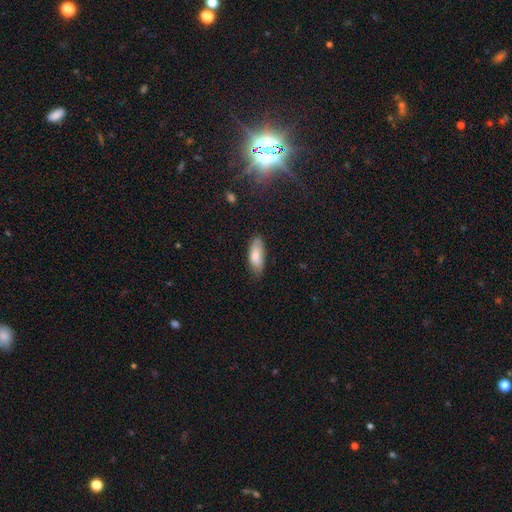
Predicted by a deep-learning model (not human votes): The model was most divided on "merging": none: 68%, minor disturbance: 26%, major disturbance: 5%, merger: 1%. More confident: smooth or featured — smooth (80%); how rounded — in between (78%).